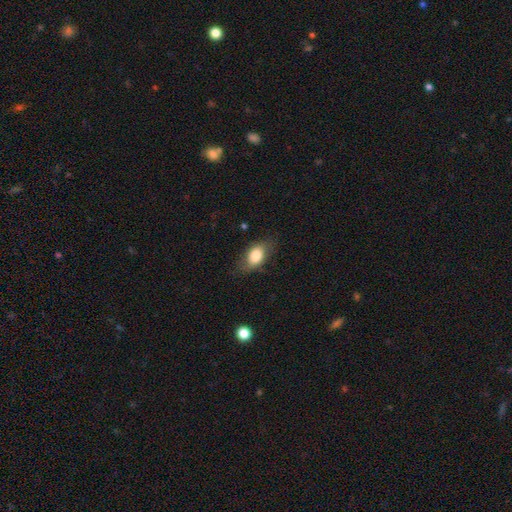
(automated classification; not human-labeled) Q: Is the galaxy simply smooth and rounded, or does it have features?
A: smooth — 78%.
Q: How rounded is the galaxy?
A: in between — 85%.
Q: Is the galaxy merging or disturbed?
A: none — 72%.